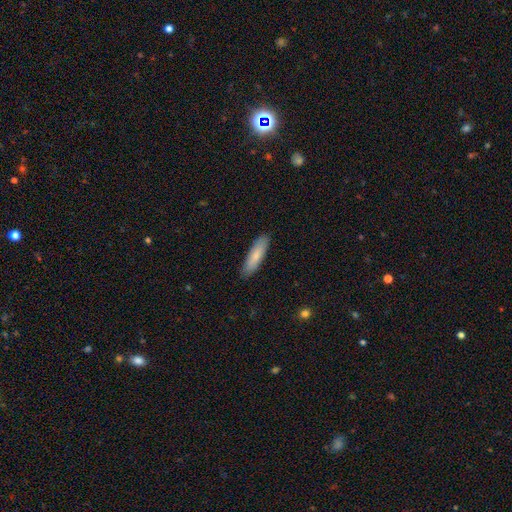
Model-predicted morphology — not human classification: smooth-or-featured: smooth: 82% | featured or disk: 12% | star or artifact: 5%
  how-rounded: cigar-shaped: 63% | in between: 35% | round: 1%
  merging: none: 88% | minor disturbance: 9% | major disturbance: 2% | merger: 1%